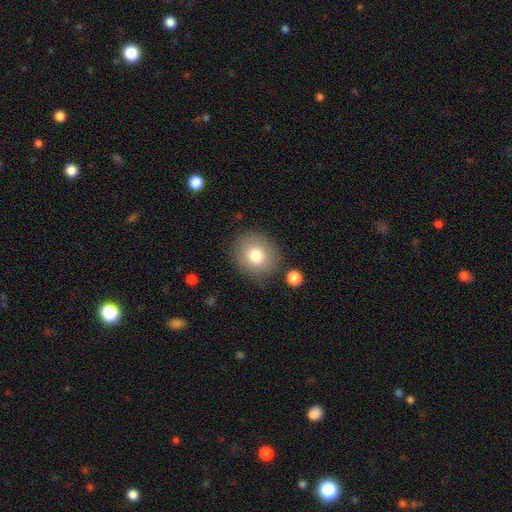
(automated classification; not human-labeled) Smooth or featured?
  - smooth: 78% *
  - featured or disk: 12%
  - star or artifact: 10%
How rounded?
  - round: 84% *
  - in between: 15%
  - cigar-shaped: 1%
Merging?
  - none: 84% *
  - minor disturbance: 10%
  - major disturbance: 3%
  - merger: 3%